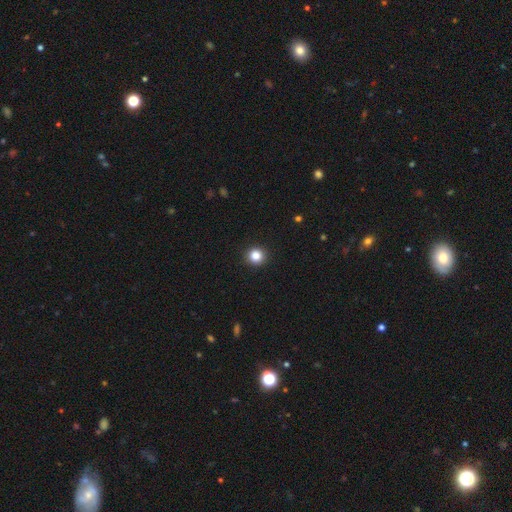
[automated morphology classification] Overall: smooth (86%). How rounded: round (94%). Merging: none (93%).